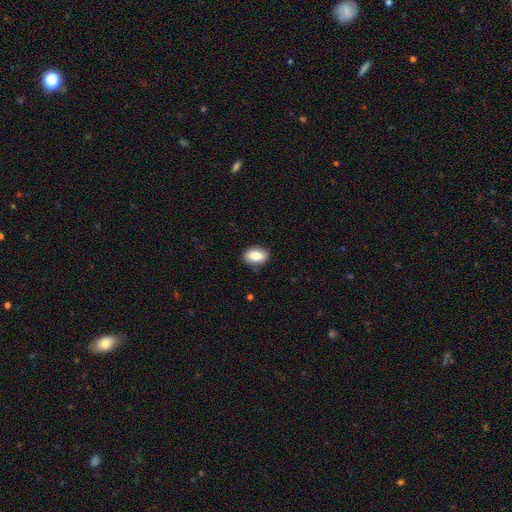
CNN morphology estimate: This is clearly a smooth galaxy (84%). How rounded: clearly in between (84%). Merging: clearly none (87%).